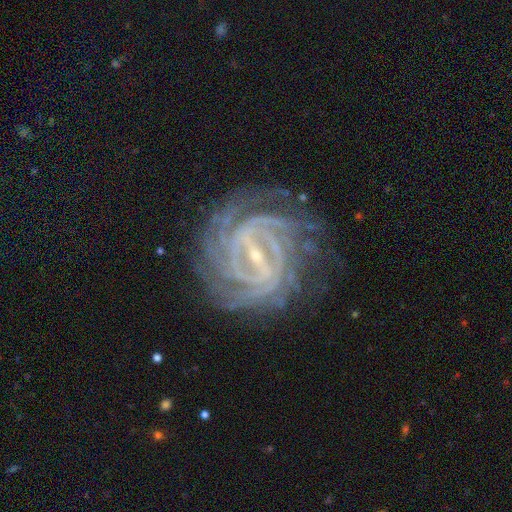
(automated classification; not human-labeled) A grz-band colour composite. It shows a featured or disk galaxy (92%) with a strong bar (68%), 4 (32%) tight (80%) spiral arms (99%) and a small central bulge (81%). Merging: none (80%).